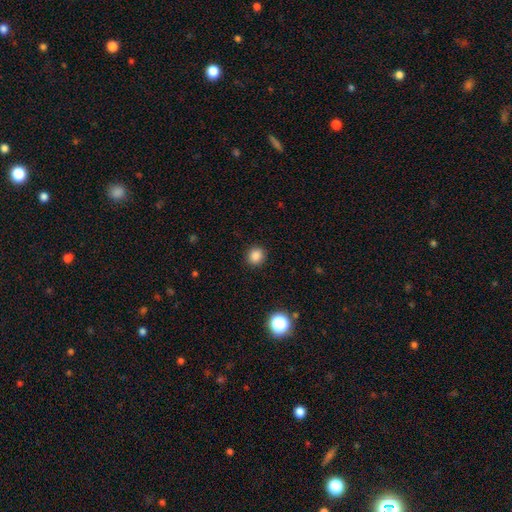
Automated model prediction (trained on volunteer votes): Smooth or featured: smooth — 85% (star or artifact — 12%)
How rounded: round — 86% (in between — 13%)
Merging: none — 91% (minor disturbance — 6%)